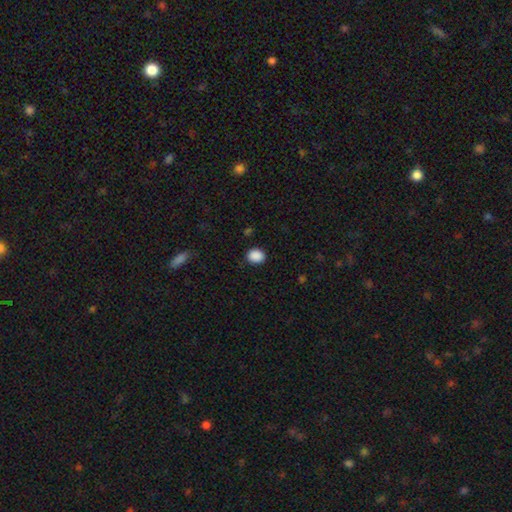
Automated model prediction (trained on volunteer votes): Smooth or featured? smooth (89%)
How rounded? round (55%)
Merging? none (85%)